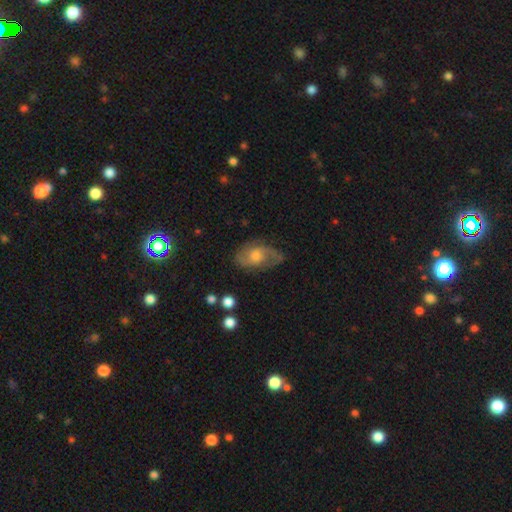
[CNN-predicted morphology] This appears to be a featured or disk galaxy (72%) with no bar (69%), 2 (77%) medium (48%) spiral arms (90%) and a moderate central bulge (59%). Merging: none (70%).